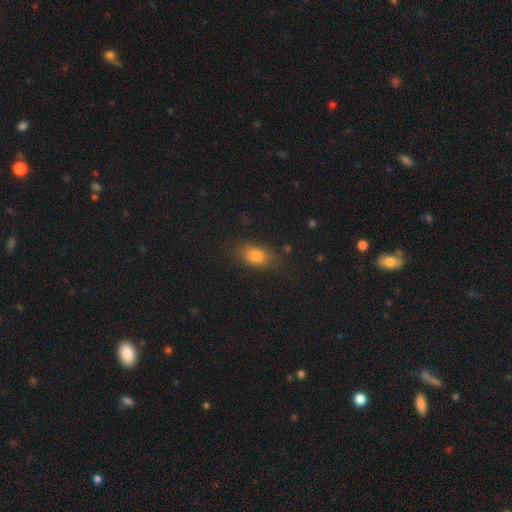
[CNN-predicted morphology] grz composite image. It shows a smooth galaxy with no disk features (81%) that is in between round and cigar-shaped (81%). Merging: none (77%).